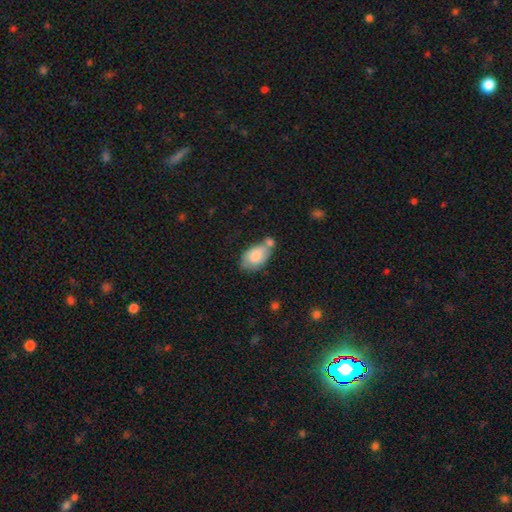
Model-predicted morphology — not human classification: Overall: smooth (77%). How rounded: in between (92%). Merging: none (39%; merger 32%).